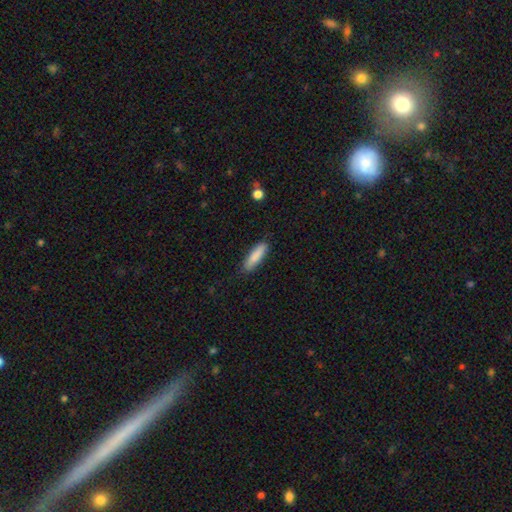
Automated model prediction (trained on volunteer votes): Smooth or featured? smooth (86%)
How rounded? cigar-shaped (69%)
Merging? none (86%)